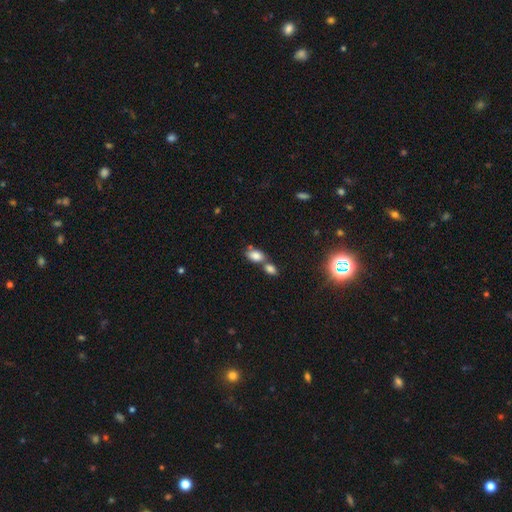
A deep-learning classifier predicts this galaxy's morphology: smooth_or_featured: smooth (p=0.81) [alt: star or artifact p=0.10]
how_rounded: in between (p=0.89) [alt: round p=0.08]
merging: merger (p=0.49) [alt: none p=0.37]